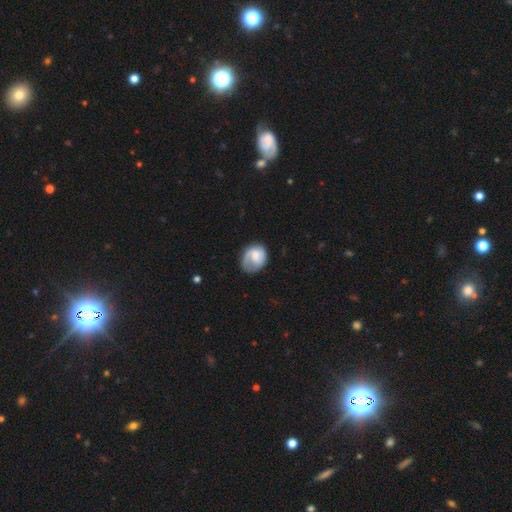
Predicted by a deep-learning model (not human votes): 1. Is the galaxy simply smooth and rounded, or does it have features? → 49% featured or disk, 45% smooth, 6% star or artifact.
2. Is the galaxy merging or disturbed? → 57% none, 26% minor disturbance, 16% major disturbance, 2% merger.